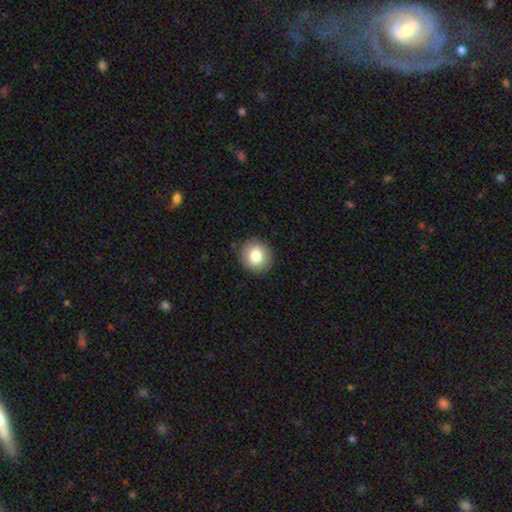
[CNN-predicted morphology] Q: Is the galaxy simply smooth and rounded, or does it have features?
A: smooth — 81%.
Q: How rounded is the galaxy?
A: round — 87%.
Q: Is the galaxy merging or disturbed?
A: none — 91%.